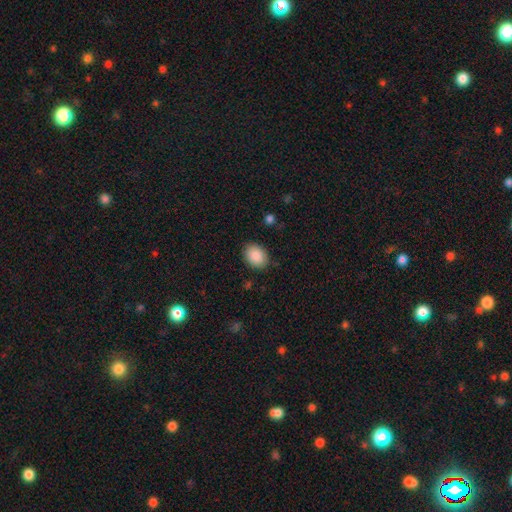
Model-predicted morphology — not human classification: smooth 89%, star or artifact 8%, featured or disk 4%. Down the decision tree: how rounded — in between (65%); merging — none (86%).